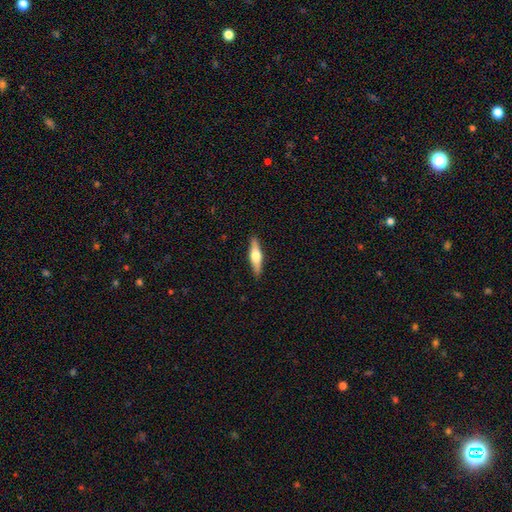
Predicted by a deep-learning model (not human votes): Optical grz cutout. It shows a featured or disk galaxy (51%) viewed edge-on (95%). Merging: none (91%).